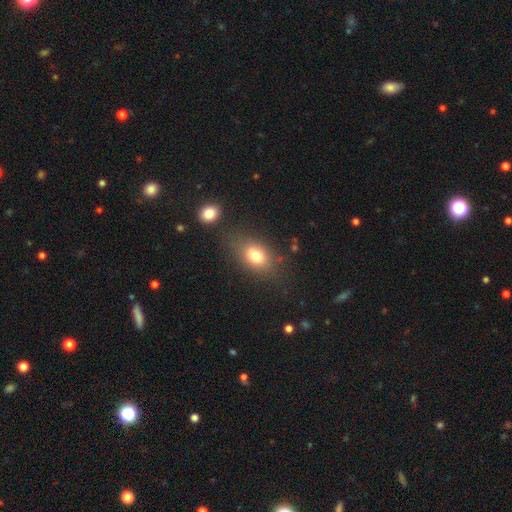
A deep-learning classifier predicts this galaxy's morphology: A smooth galaxy with no disk features (78%) that is in between round and cigar-shaped (74%).

Vote fractions:
- Smooth or featured? smooth: 78% / featured or disk: 11% / star or artifact: 11%
- How rounded? in between: 74% / round: 23% / cigar-shaped: 2%
- Merging? none: 71% / minor disturbance: 16% / major disturbance: 7% / merger: 6%